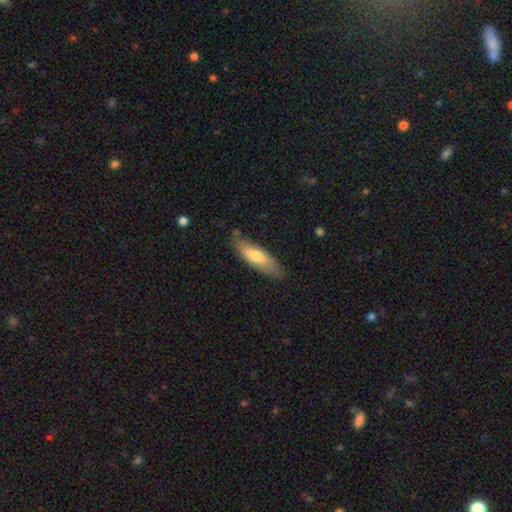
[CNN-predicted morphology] smooth 65%, featured or disk 29%, star or artifact 5%. Down the decision tree: how rounded — in between (50%); merging — none (78%).